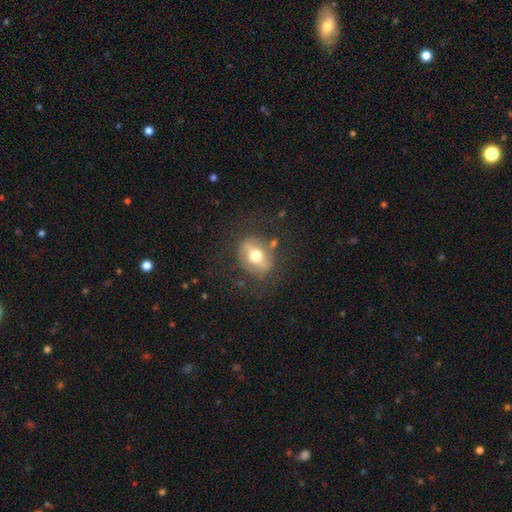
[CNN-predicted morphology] Smooth or featured?
  - smooth: 47% *
  - featured or disk: 45%
  - star or artifact: 8%
Merging?
  - none: 73% *
  - minor disturbance: 16%
  - major disturbance: 8%
  - merger: 3%